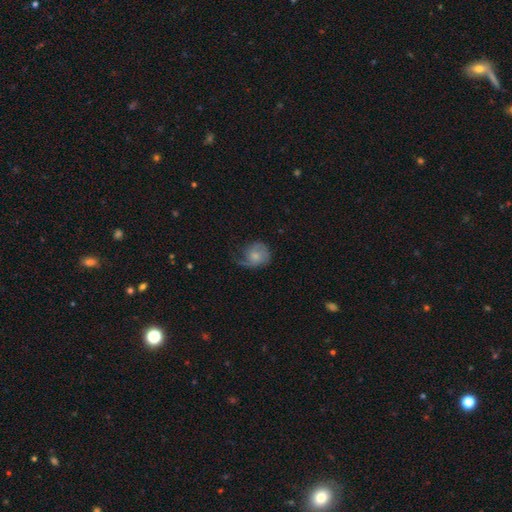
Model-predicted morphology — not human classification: This appears to be a smooth galaxy with no disk features (47%). Merging: none (40%).